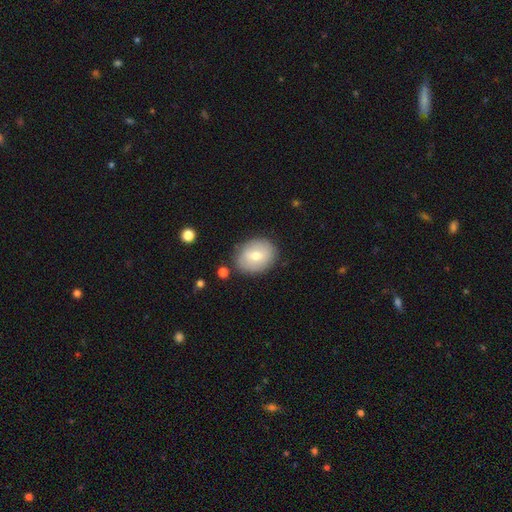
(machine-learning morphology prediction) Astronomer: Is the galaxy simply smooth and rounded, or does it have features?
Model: smooth — 63%.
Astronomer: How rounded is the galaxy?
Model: in between — 50% (runner-up: round, 49%).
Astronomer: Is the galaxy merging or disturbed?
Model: none — 83%.